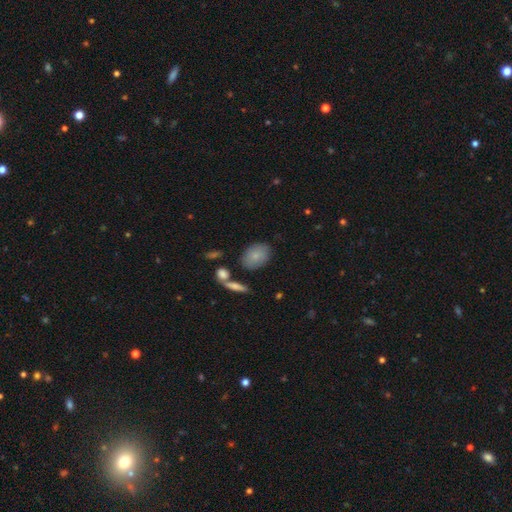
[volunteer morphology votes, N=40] A smooth galaxy with no disk features (78%) that is in between round and cigar-shaped (90%). Merging: none (92%).